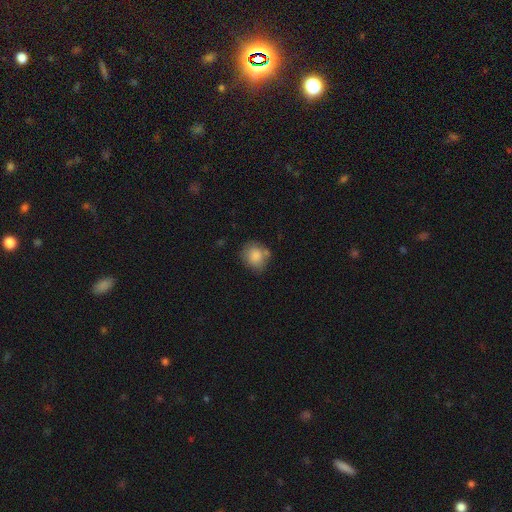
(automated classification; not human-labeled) smooth-or-featured: smooth: 84% | featured or disk: 8% | star or artifact: 8%
  how-rounded: round: 71% | in between: 28% | cigar-shaped: 1%
  merging: none: 62% | minor disturbance: 21% | merger: 12% | major disturbance: 6%